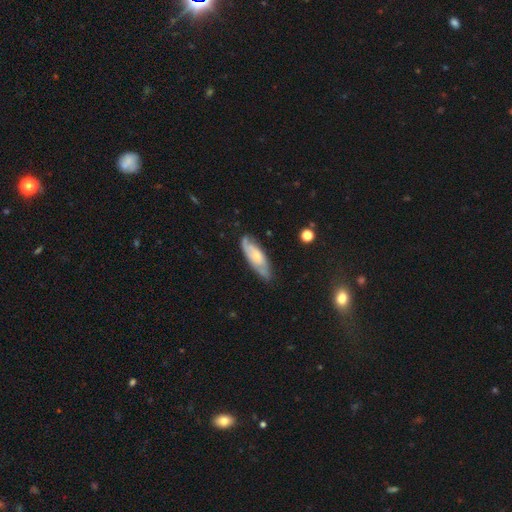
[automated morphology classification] Smooth or featured: featured or disk — 55% (smooth — 39%)
Edge-on disk: no — 77% (yes — 23%)
Merging: none — 70% (minor disturbance — 22%)